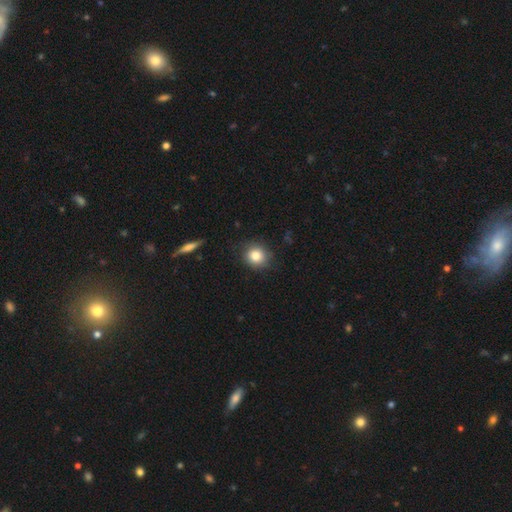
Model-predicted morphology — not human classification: smooth-or-featured: smooth: 83% | star or artifact: 10% | featured or disk: 7%
  how-rounded: round: 83% | in between: 16% | cigar-shaped: 1%
  merging: none: 83% | minor disturbance: 13% | major disturbance: 3% | merger: 1%